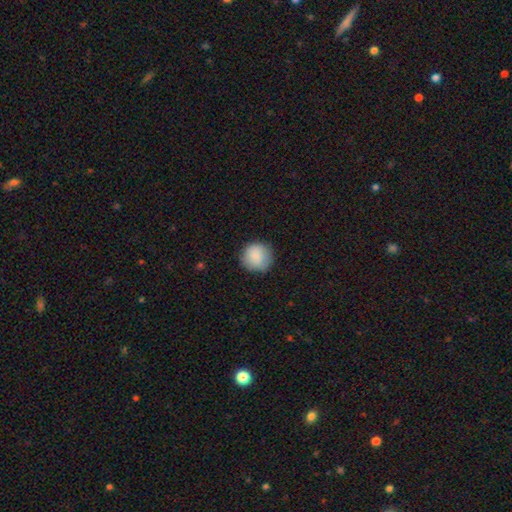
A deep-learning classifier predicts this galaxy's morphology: Smooth or featured: smooth — 88% (star or artifact — 7%)
How rounded: round — 93% (in between — 6%)
Merging: none — 85% (minor disturbance — 12%)